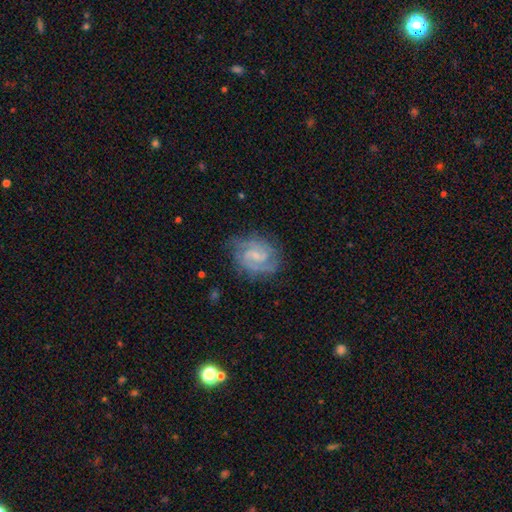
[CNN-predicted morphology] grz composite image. It shows a featured or disk galaxy (84%) with a weak bar (59%), 2 (74%) tight (47%) spiral arms (97%) and a small central bulge (54%). Merging: none (75%).